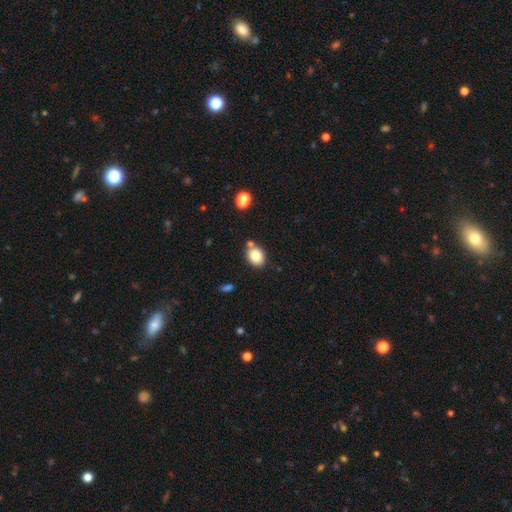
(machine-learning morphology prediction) Smooth or featured?
  - smooth: 81% *
  - star or artifact: 10%
  - featured or disk: 9%
How rounded?
  - round: 50% *
  - in between: 49%
  - cigar-shaped: 1%
Merging?
  - none: 74% *
  - merger: 12%
  - minor disturbance: 11%
  - major disturbance: 3%